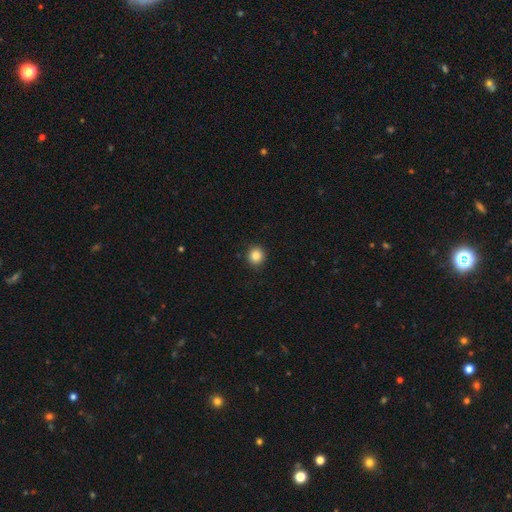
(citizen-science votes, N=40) Volunteers were most divided on "smooth or featured": smooth: 78%, star or artifact: 12%, featured or disk: 10%. More confident: merging — none (94%); how rounded — round (94%).